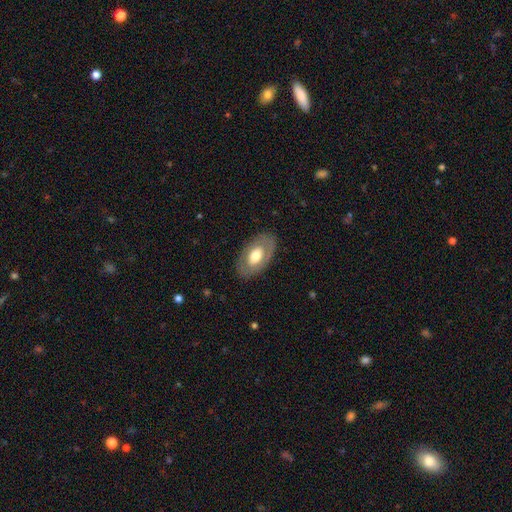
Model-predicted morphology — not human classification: Smooth or featured? Predicted: smooth (p=0.52). How rounded? Predicted: in between (p=0.91). Merging? Predicted: none (p=0.82).